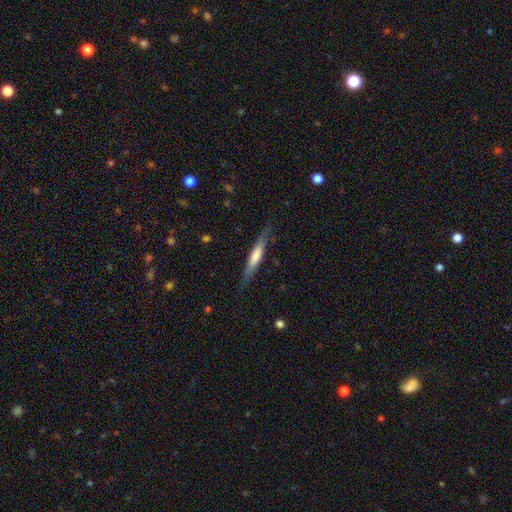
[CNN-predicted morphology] smooth-or-featured: smooth: 51% | featured or disk: 43% | star or artifact: 6%
  how-rounded: cigar-shaped: 91% | in between: 8% | round: 1%
  merging: none: 82% | minor disturbance: 13% | major disturbance: 3% | merger: 1%